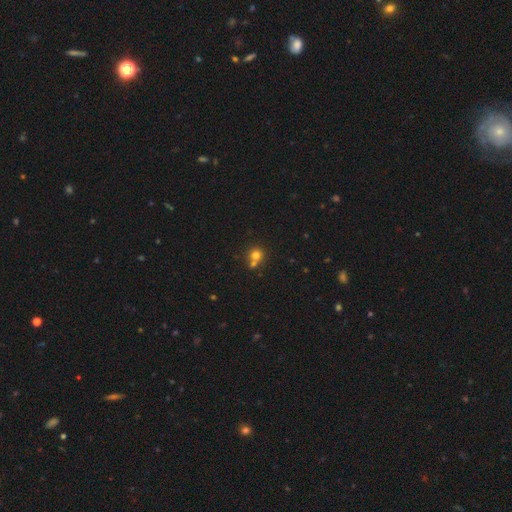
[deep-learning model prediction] Smooth or featured: smooth — 74% (star or artifact — 15%)
How rounded: round — 88% (in between — 11%)
Merging: none — 50% (merger — 40%)